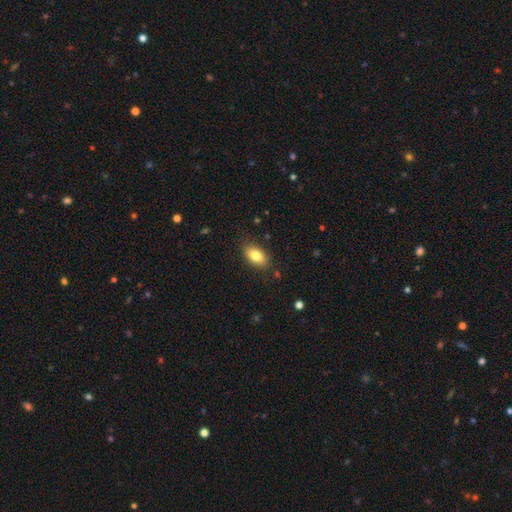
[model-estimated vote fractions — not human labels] Smooth or featured: smooth — 81% (featured or disk — 12%)
How rounded: in between — 91% (round — 7%)
Merging: none — 83% (minor disturbance — 12%)